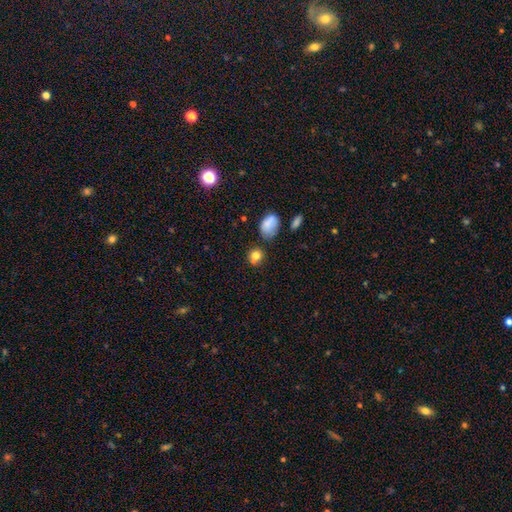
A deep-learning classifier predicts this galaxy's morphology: Overall: smooth (79%). How rounded: round (75%). Merging: none (64%).